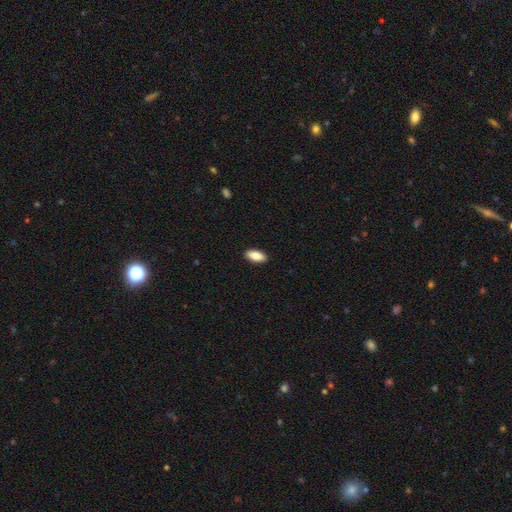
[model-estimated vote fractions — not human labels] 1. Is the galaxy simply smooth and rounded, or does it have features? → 86% smooth, 8% featured or disk, 6% star or artifact.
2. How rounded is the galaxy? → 87% in between, 11% cigar-shaped, 2% round.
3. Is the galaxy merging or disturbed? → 91% none, 7% minor disturbance, 2% major disturbance, 1% merger.